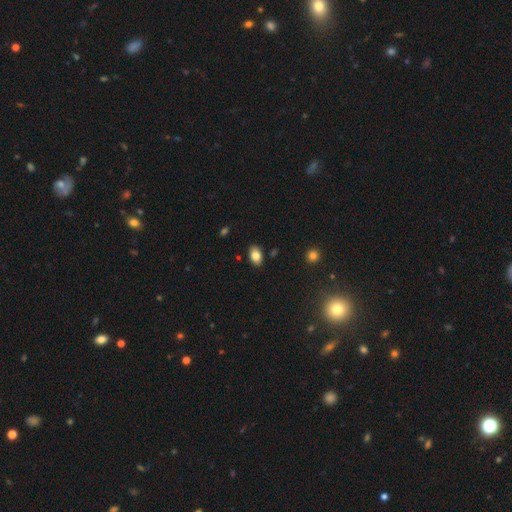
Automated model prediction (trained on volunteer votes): Smooth or featured: smooth — 82% (featured or disk — 10%)
How rounded: in between — 90% (round — 9%)
Merging: none — 87% (minor disturbance — 9%)